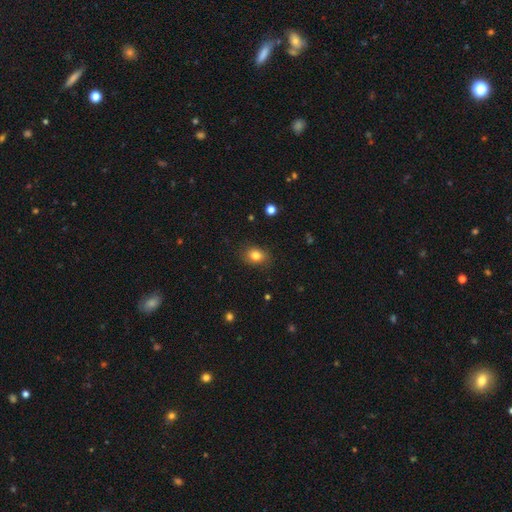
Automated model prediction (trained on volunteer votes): smooth-or-featured: smooth: 81% | star or artifact: 11% | featured or disk: 7%
  how-rounded: in between: 54% | round: 45% | cigar-shaped: 1%
  merging: none: 85% | minor disturbance: 11% | major disturbance: 3% | merger: 1%